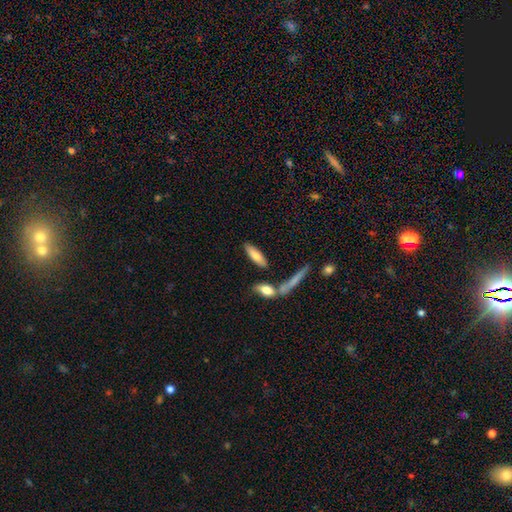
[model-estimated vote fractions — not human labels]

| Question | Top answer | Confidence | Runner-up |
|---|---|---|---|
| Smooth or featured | smooth | 75% | featured or disk (19%) |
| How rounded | cigar-shaped | 53% | in between (45%) |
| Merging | none | 72% | minor disturbance (12%) |